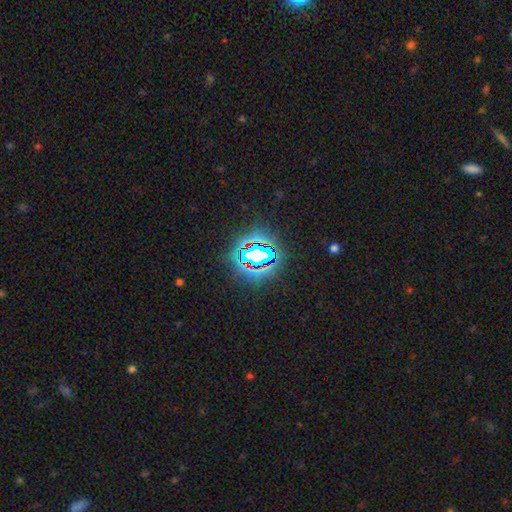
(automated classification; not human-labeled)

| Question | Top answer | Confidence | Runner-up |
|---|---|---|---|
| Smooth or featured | star or artifact | 71% | smooth (17%) |